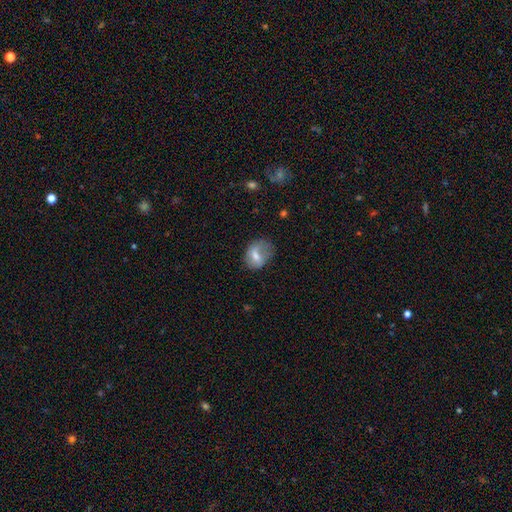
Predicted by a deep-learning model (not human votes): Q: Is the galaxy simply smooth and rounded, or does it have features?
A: smooth — 62%.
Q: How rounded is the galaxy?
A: in between — 64%.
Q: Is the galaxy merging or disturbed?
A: none — 43%.